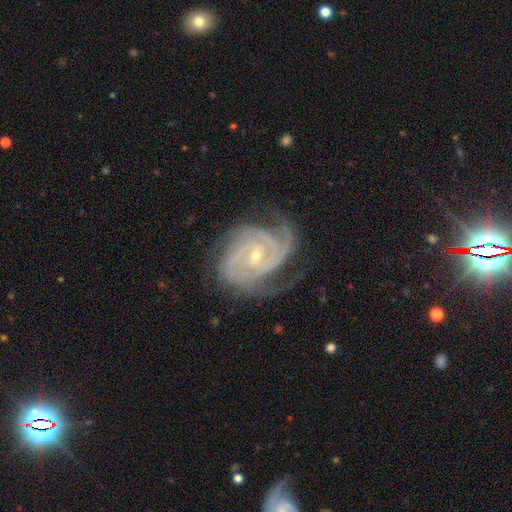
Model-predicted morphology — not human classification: Smooth or featured? featured or disk (92%)
Edge-on disk? no (98%)
Bar? no (51%)
Spiral arms? yes (99%)
Spiral winding? tight (66%)
Spiral arm count? 3 (45%)
Bulge size? small (67%)
Merging? none (69%)